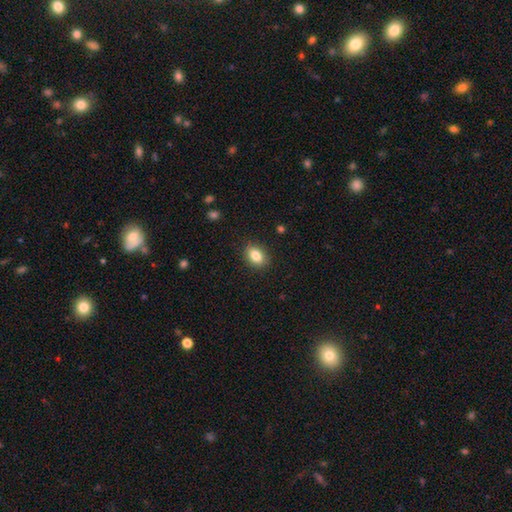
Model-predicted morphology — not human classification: Q: Smooth or featured?
A: smooth (84%); runner-up: star or artifact (9%)
Q: How rounded?
A: in between (77%); runner-up: round (22%)
Q: Merging?
A: none (88%); runner-up: minor disturbance (9%)